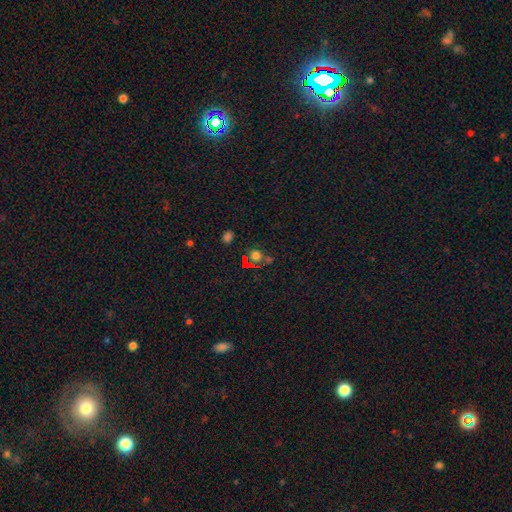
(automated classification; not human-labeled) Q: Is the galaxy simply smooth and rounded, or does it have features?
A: star or artifact — 60%.